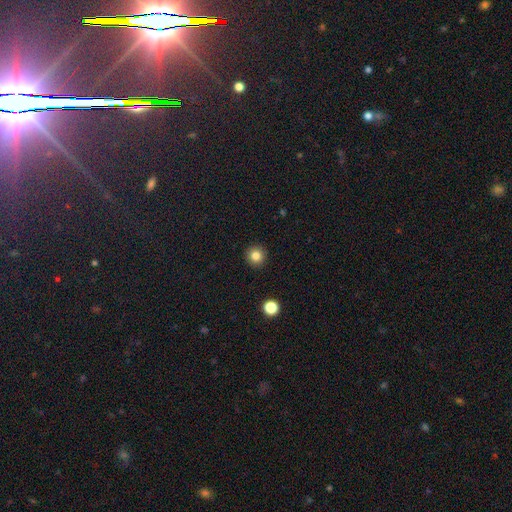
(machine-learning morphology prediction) type=smooth (83%); roundness=round (95%); merging=none (92%).